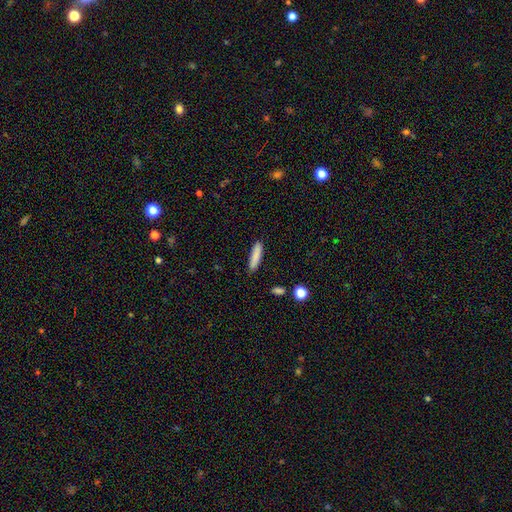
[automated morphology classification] The model was most divided on "how rounded": cigar-shaped: 80%, in between: 19%, round: 1%. More confident: merging — none (87%); smooth or featured — smooth (85%).